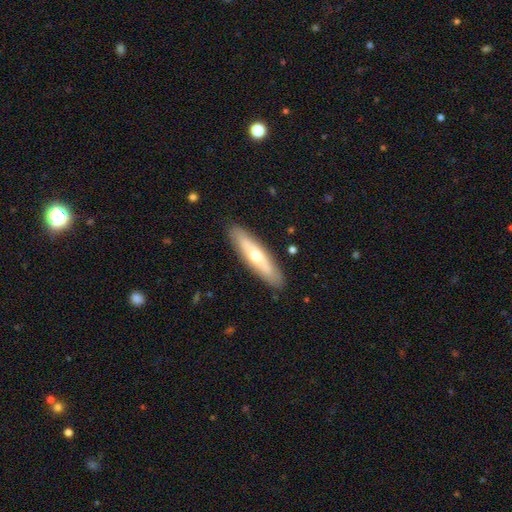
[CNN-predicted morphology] A featured or disk galaxy (49%). Merging: none (89%).